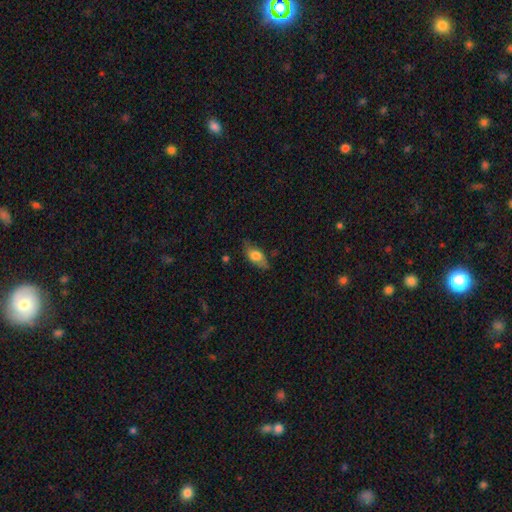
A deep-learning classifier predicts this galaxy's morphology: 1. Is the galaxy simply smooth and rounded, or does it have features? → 70% smooth, 23% featured or disk, 7% star or artifact.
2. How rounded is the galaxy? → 84% in between, 10% cigar-shaped, 6% round.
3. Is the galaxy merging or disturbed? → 69% none, 24% minor disturbance, 6% major disturbance, 2% merger.